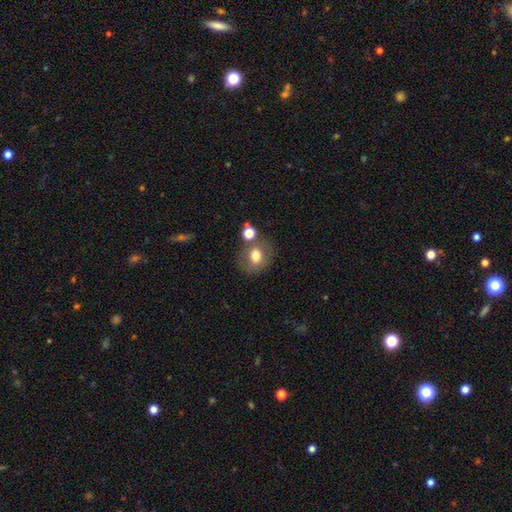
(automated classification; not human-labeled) A smooth galaxy with no disk features (71%) that is round (61%).

Vote fractions:
- Smooth or featured? smooth: 71% / featured or disk: 18% / star or artifact: 11%
- How rounded? round: 61% / in between: 38% / cigar-shaped: 1%
- Merging? none: 64% / merger: 17% / minor disturbance: 14% / major disturbance: 6%